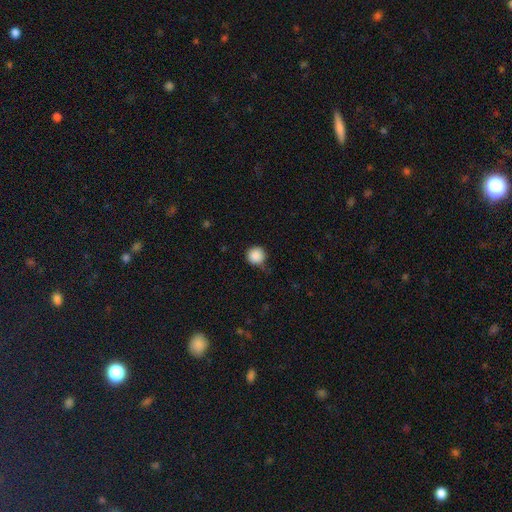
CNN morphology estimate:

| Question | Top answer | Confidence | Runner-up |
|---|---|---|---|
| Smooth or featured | smooth | 88% | star or artifact (9%) |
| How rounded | round | 95% | in between (4%) |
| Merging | none | 72% | minor disturbance (20%) |